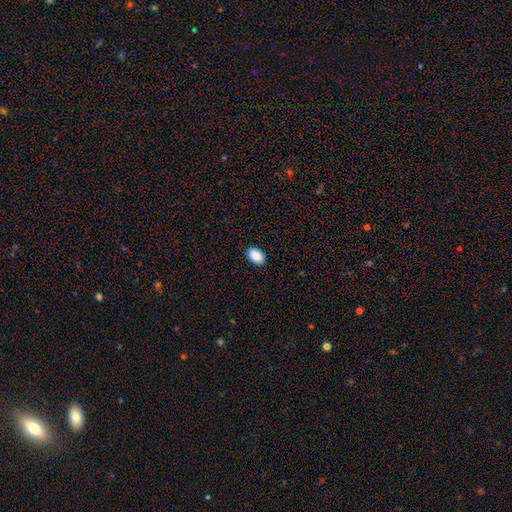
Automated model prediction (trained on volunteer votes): The model was most divided on "how rounded": in between: 90%, round: 9%, cigar-shaped: 1%. More confident: smooth or featured — smooth (90%); merging — none (90%).